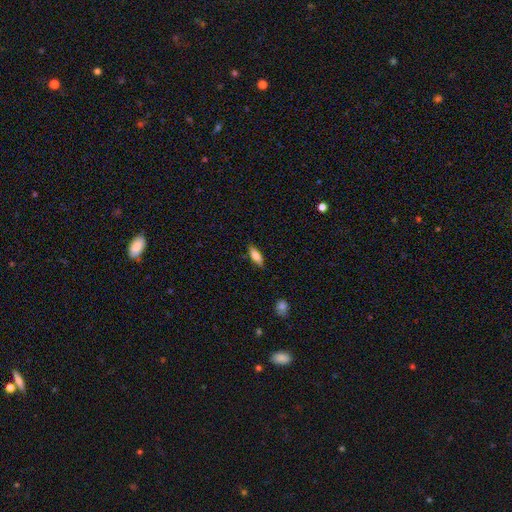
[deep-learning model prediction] Morphology: type=smooth (77%); roundness=in between (63%); merging=none (83%).